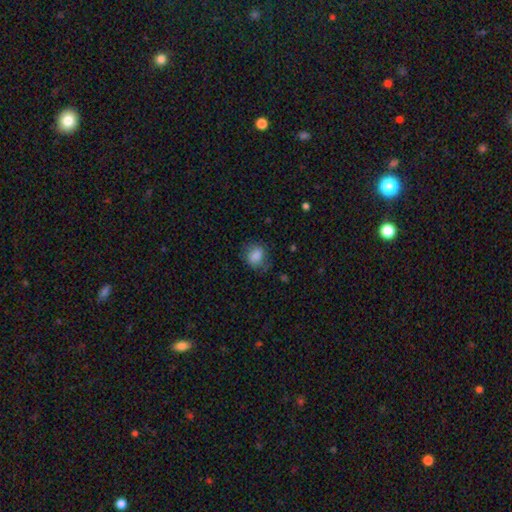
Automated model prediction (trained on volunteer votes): smooth-or-featured: smooth: 84% | star or artifact: 9% | featured or disk: 7%
  how-rounded: round: 55% | in between: 44% | cigar-shaped: 1%
  merging: none: 69% | minor disturbance: 22% | major disturbance: 8% | merger: 2%